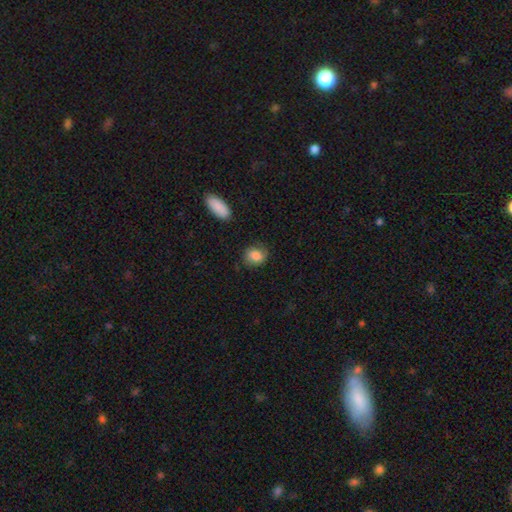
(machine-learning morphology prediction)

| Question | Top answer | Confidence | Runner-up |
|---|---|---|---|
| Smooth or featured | smooth | 79% | featured or disk (13%) |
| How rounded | round | 63% | in between (35%) |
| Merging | none | 77% | minor disturbance (17%) |